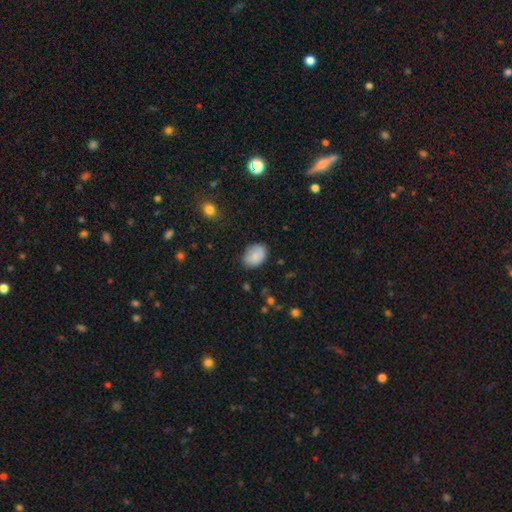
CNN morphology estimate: A smooth galaxy with no disk features (85%) that is in between round and cigar-shaped (74%). Merging: none (76%).